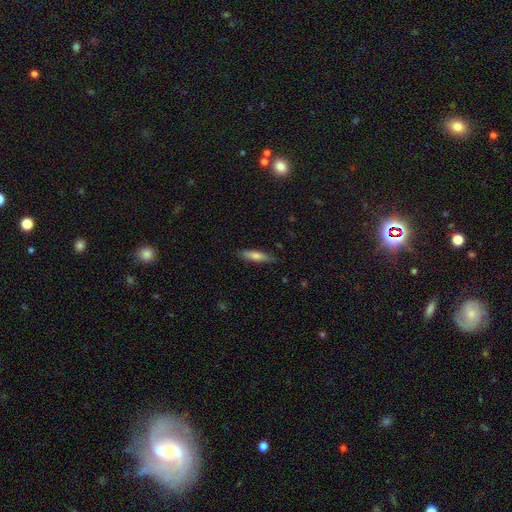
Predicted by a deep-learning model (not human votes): A smooth galaxy with no disk features (70%) that is cigar-shaped (80%).

Vote fractions:
- Smooth or featured? smooth: 70% / featured or disk: 24% / star or artifact: 6%
- How rounded? cigar-shaped: 80% / in between: 19% / round: 2%
- Merging? none: 83% / minor disturbance: 13% / major disturbance: 2% / merger: 1%